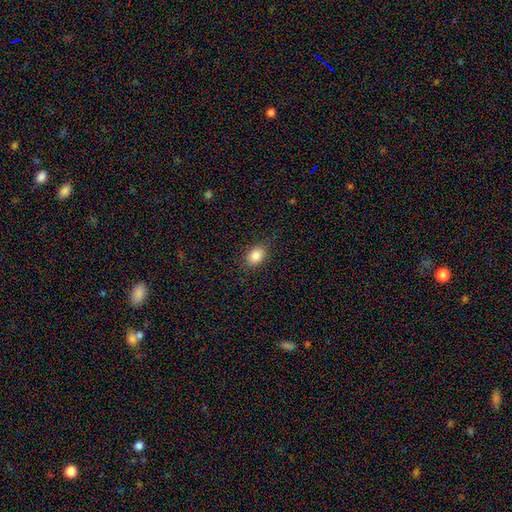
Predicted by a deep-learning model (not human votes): Overall: smooth (86%). How rounded: in between (73%). Merging: none (85%).